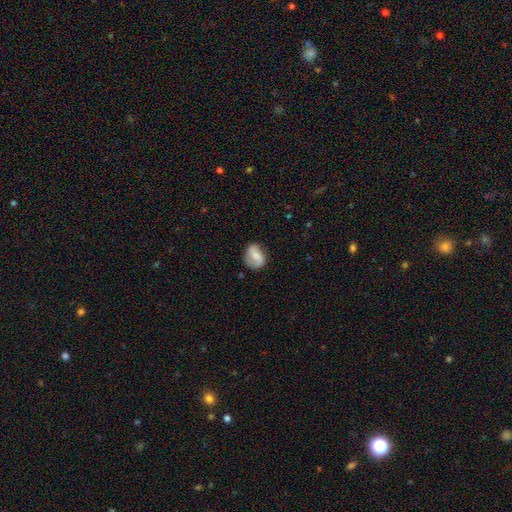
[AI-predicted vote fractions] smooth_or_featured: smooth (p=0.50) [alt: featured or disk p=0.42]
how_rounded: in between (p=0.59) [alt: round p=0.39]
merging: none (p=0.68) [alt: minor disturbance p=0.22]